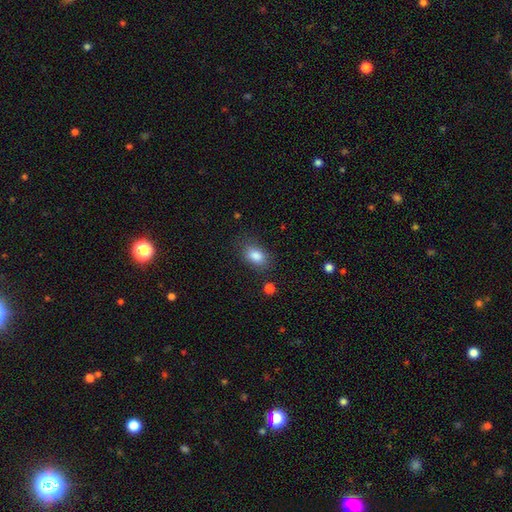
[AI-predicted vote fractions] Smooth or featured? smooth (85%)
How rounded? in between (83%)
Merging? none (78%)